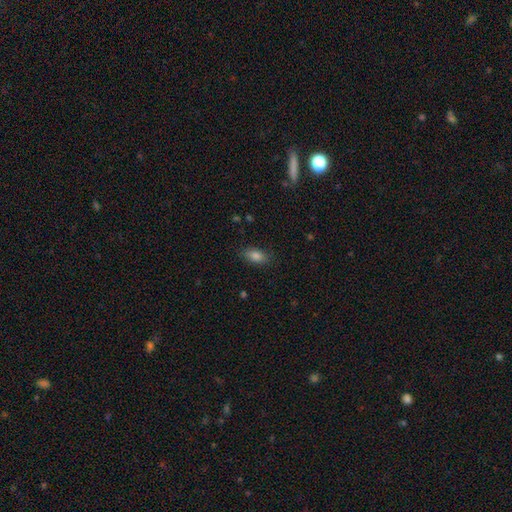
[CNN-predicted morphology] Overall: smooth (82%). How rounded: in between (87%). Merging: none (84%).